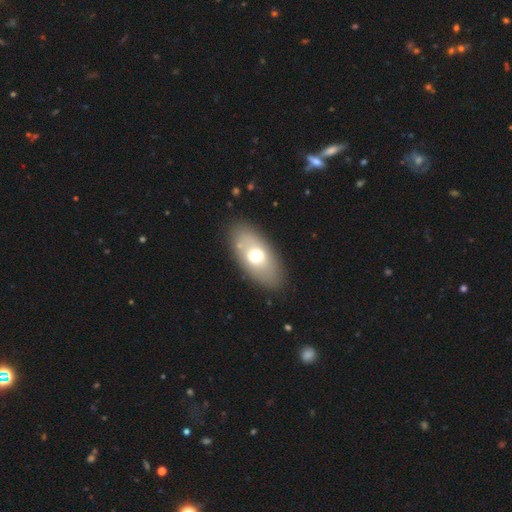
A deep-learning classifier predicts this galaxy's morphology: smooth_or_featured: smooth (p=0.63) [alt: featured or disk p=0.30]
how_rounded: in between (p=0.91) [alt: round p=0.05]
merging: none (p=0.84) [alt: minor disturbance p=0.10]